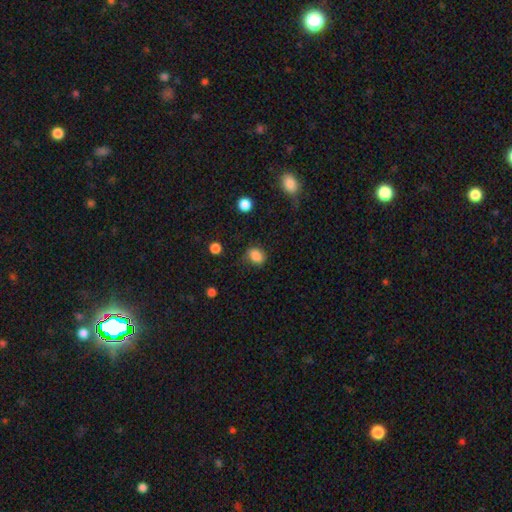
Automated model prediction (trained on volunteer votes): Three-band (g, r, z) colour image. It shows a smooth galaxy with no disk features (85%) that is in between round and cigar-shaped (52%). Merging: none (67%).